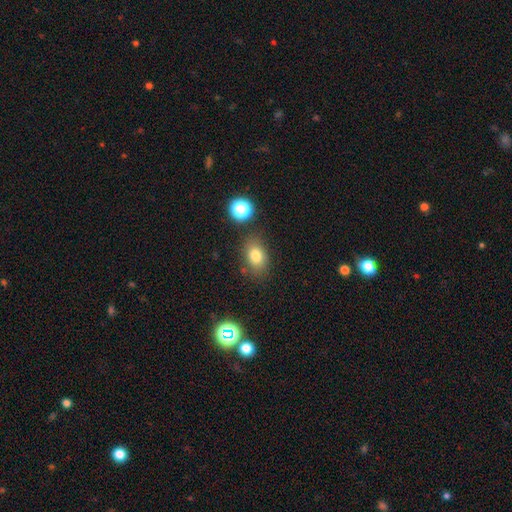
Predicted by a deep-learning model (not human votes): smooth-or-featured: smooth: 78% | star or artifact: 13% | featured or disk: 10%
  how-rounded: in between: 72% | round: 26% | cigar-shaped: 1%
  merging: none: 76% | minor disturbance: 14% | merger: 5% | major disturbance: 4%